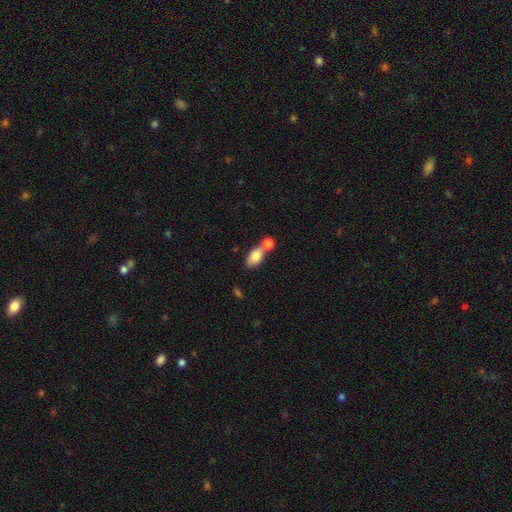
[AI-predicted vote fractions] Smooth or featured? smooth (81%)
How rounded? in between (85%)
Merging? merger (49%)